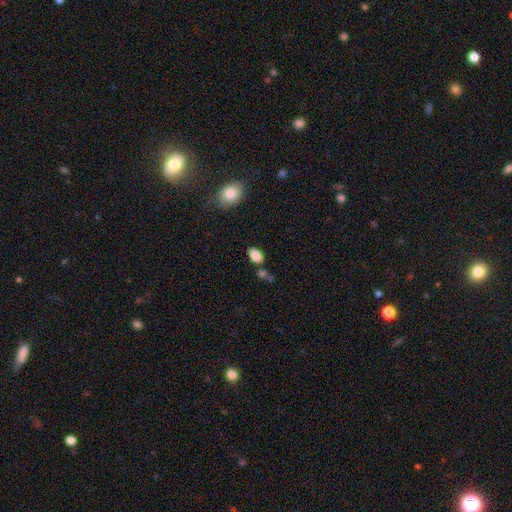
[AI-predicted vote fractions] This is clearly a smooth galaxy (87%). How rounded: clearly in between (87%). Merging: likely none (73%).